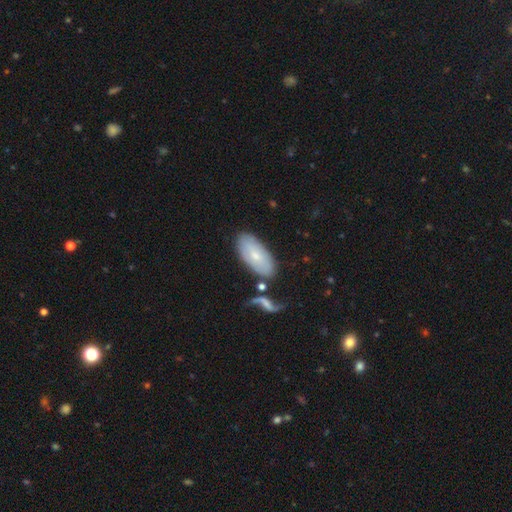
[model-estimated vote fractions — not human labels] Smooth or featured: smooth — 60% (featured or disk — 33%)
How rounded: in between — 91% (cigar-shaped — 6%)
Merging: none — 70% (minor disturbance — 16%)